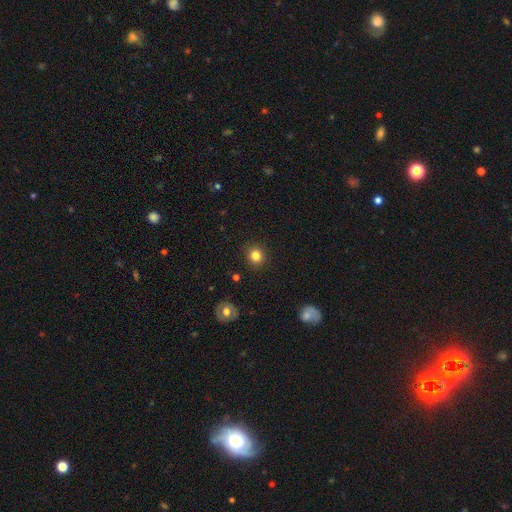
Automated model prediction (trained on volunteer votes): smooth-or-featured: smooth: 83% | star or artifact: 12% | featured or disk: 6%
  how-rounded: round: 88% | in between: 11% | cigar-shaped: 1%
  merging: none: 90% | minor disturbance: 6% | major disturbance: 2% | merger: 1%